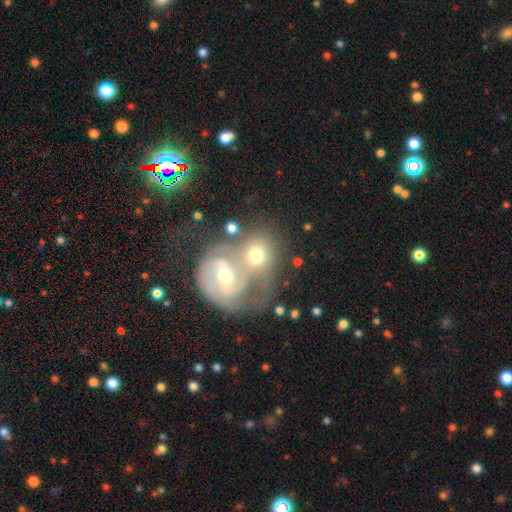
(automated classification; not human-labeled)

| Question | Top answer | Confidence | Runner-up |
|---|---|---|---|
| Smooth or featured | featured or disk | 57% | smooth (34%) |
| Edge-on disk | no | 96% | yes (4%) |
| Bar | no | 51% | weak (35%) |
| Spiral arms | yes | 72% | no (28%) |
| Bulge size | moderate | 59% | small (32%) |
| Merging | merger | 69% | none (16%) |